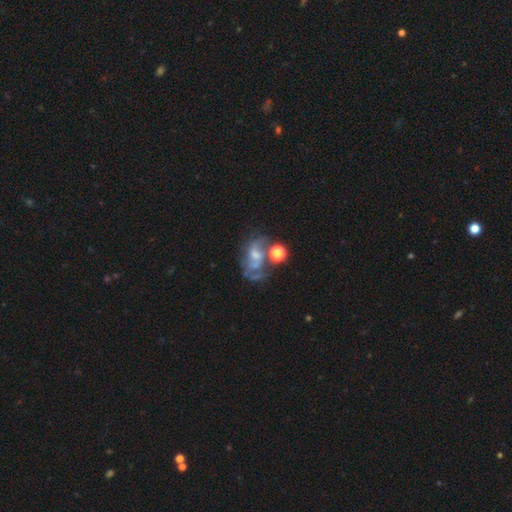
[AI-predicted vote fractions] A featured or disk galaxy (65%) with no bar (53%), spiral arms (75%) and a small central bulge (38%). Merging: none (32%).